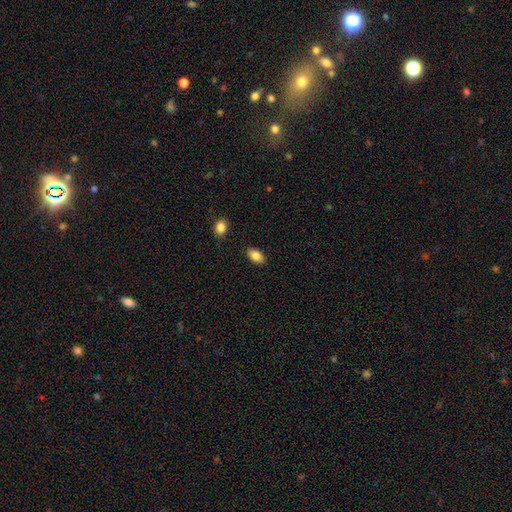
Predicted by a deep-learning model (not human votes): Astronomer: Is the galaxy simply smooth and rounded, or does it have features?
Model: smooth — 85%.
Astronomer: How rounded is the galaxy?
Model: in between — 91%.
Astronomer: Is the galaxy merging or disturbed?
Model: none — 87%.